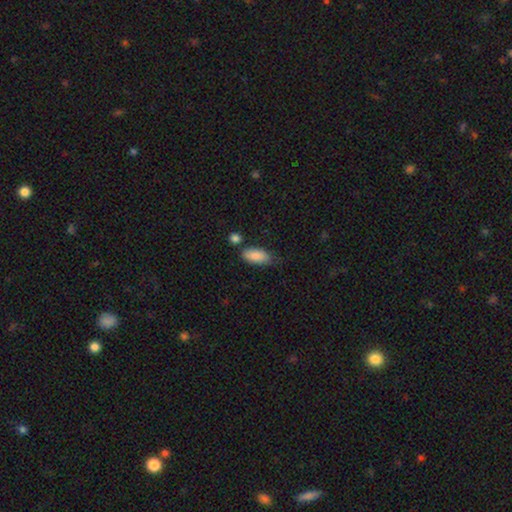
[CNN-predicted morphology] Smooth or featured?
  - smooth: 87% *
  - featured or disk: 7%
  - star or artifact: 6%
How rounded?
  - in between: 87% *
  - cigar-shaped: 10%
  - round: 2%
Merging?
  - none: 63% *
  - minor disturbance: 24%
  - merger: 8%
  - major disturbance: 5%